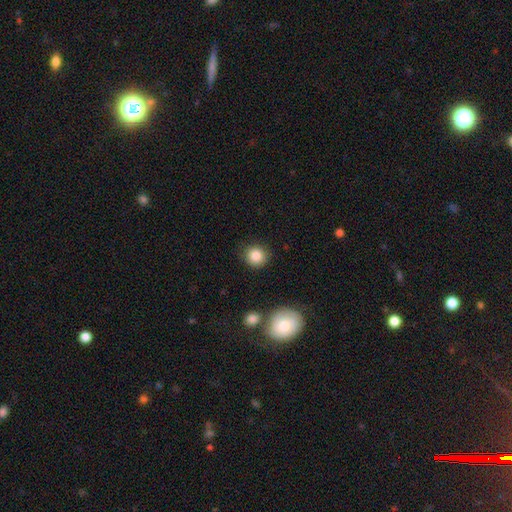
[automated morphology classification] Smooth or featured? smooth (86%)
How rounded? round (89%)
Merging? none (86%)